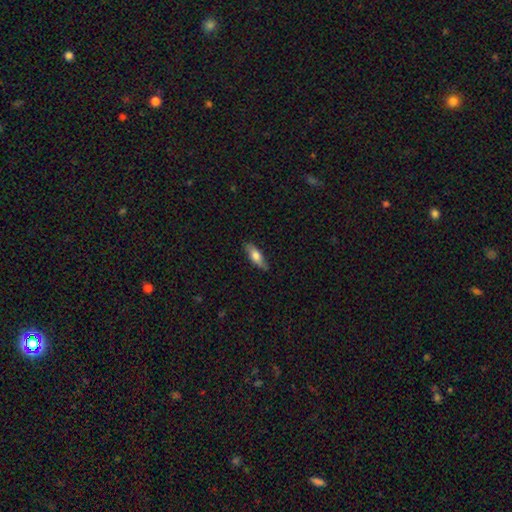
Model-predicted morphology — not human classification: smooth-or-featured: smooth: 67% | featured or disk: 27% | star or artifact: 6%
  how-rounded: in between: 56% | cigar-shaped: 41% | round: 3%
  merging: none: 79% | minor disturbance: 17% | major disturbance: 3% | merger: 1%